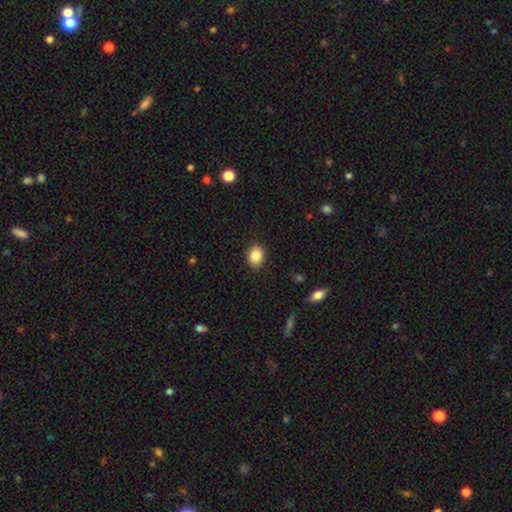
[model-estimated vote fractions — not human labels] Smooth or featured: smooth — 86% (star or artifact — 9%)
How rounded: in between — 54% (round — 45%)
Merging: none — 89% (minor disturbance — 8%)